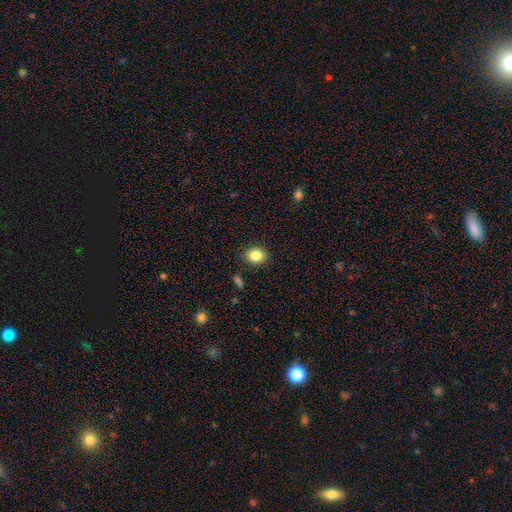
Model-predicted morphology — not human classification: smooth-or-featured: smooth: 84% | star or artifact: 9% | featured or disk: 7%
  how-rounded: in between: 53% | round: 46% | cigar-shaped: 1%
  merging: none: 87% | minor disturbance: 9% | major disturbance: 2% | merger: 2%